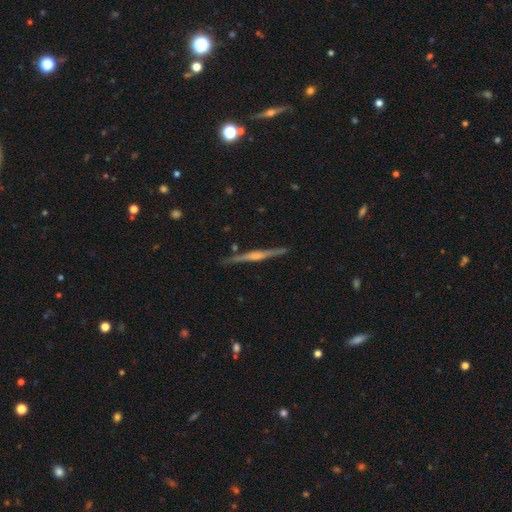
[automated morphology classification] Overall: featured or disk (80%). Edge-on disk: yes (98%). Edge-on bulge: rounded (69%). Merging: none (89%).